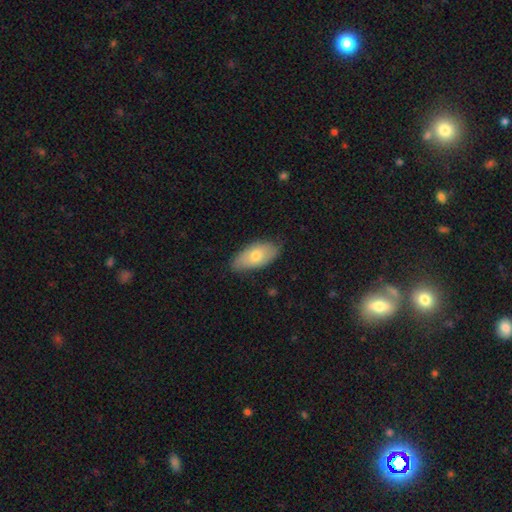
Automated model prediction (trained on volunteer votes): smooth 69%, featured or disk 25%, star or artifact 6%. Down the decision tree: how rounded — in between (92%); merging — none (77%).